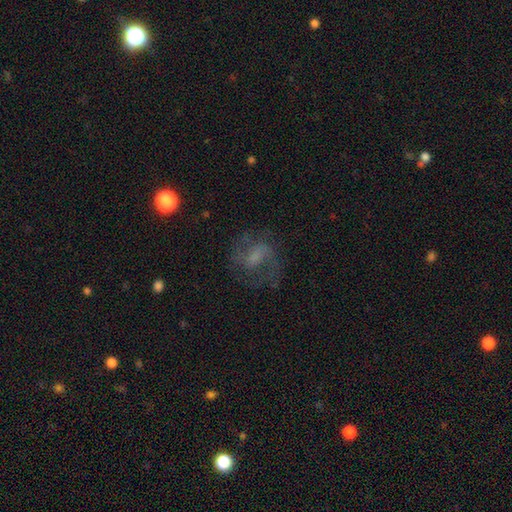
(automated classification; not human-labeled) featured or disk 64%, smooth 23%, star or artifact 12%. Down the decision tree: edge-on disk — no (97%); bar — weak (48%); spiral arms — yes (85%); spiral arm count — 2 (78%); spiral winding — medium (53%); bulge size — none (39%); merging — none (64%).